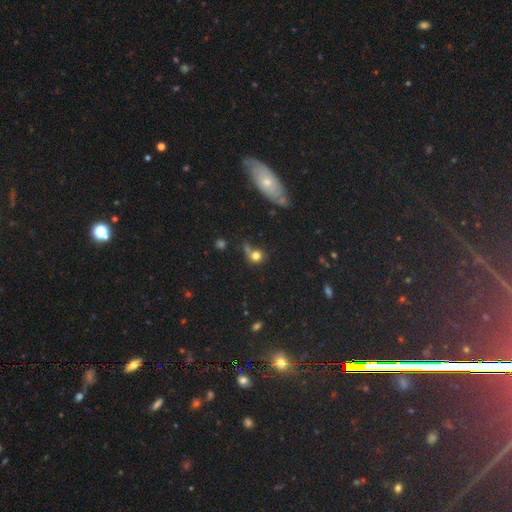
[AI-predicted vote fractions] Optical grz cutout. It shows a smooth galaxy with no disk features (76%) that is round (84%). Merging: none (54%).